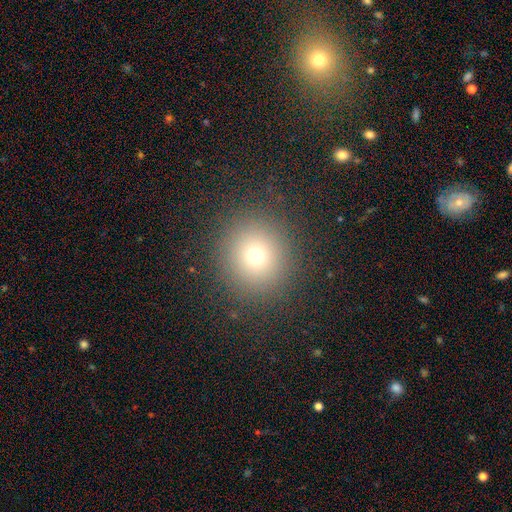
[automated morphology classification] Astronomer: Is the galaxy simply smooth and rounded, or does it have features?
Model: smooth — 70%.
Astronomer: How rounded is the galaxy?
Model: round — 91%.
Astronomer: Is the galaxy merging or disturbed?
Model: none — 89%.